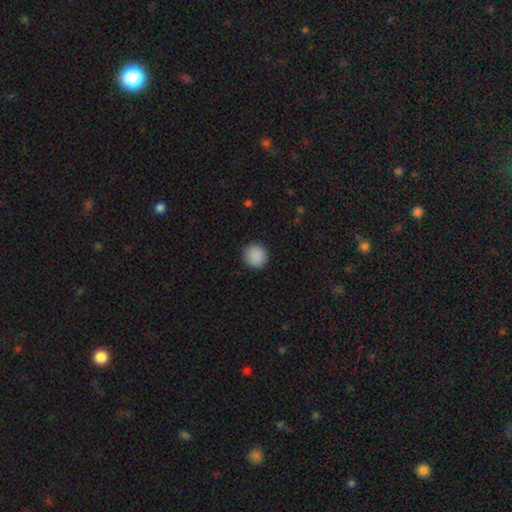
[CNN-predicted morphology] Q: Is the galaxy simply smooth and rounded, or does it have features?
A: smooth — 89%.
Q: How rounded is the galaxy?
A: round — 92%.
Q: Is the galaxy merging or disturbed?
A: none — 91%.